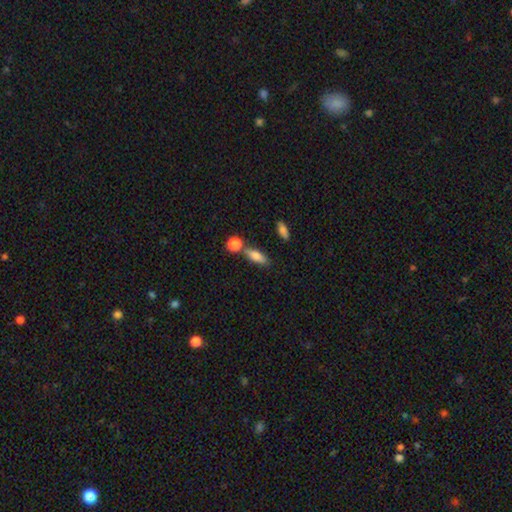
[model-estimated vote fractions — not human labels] Morphology: type=smooth (76%); roundness=in between (55%); merging=none (66%).